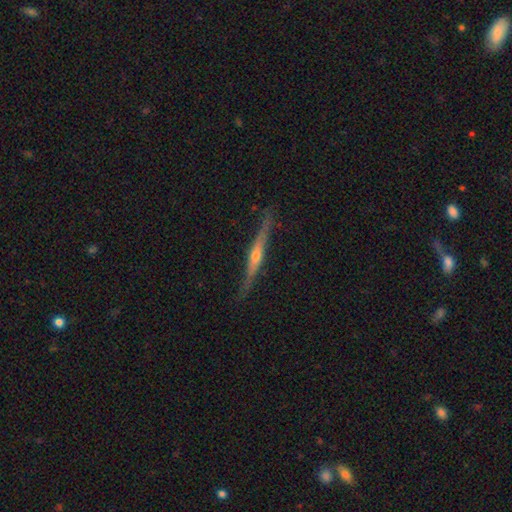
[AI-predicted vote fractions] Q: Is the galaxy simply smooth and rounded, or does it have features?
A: featured or disk — 73%.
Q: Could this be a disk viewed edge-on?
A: yes — 96%.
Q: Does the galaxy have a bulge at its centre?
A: rounded — 79%.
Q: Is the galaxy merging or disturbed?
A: none — 83%.